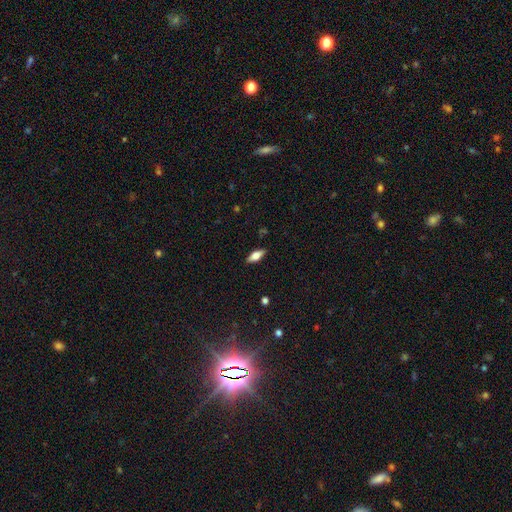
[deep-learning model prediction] Smooth or featured: smooth — 61% (featured or disk — 31%)
How rounded: in between — 73% (cigar-shaped — 24%)
Merging: none — 87% (minor disturbance — 10%)